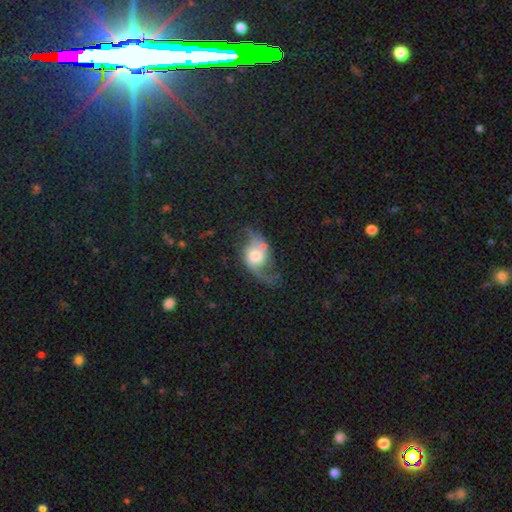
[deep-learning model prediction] This appears to be a featured or disk galaxy (76%) with no bar (62%), 2 (88%) loose (71%) spiral arms (92%) and a moderate central bulge (51%). Merging: none (56%).